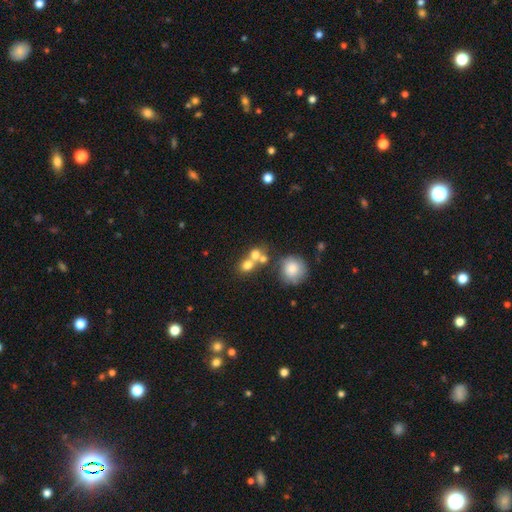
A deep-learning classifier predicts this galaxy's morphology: A smooth galaxy with no disk features (69%) that is round (73%). Merging: merger (53%).